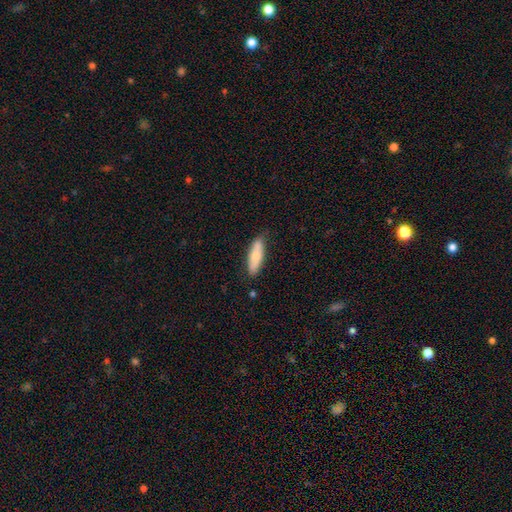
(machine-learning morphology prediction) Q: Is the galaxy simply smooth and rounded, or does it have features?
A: smooth — 70%.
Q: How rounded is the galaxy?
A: cigar-shaped — 51%.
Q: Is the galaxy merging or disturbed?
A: none — 78%.